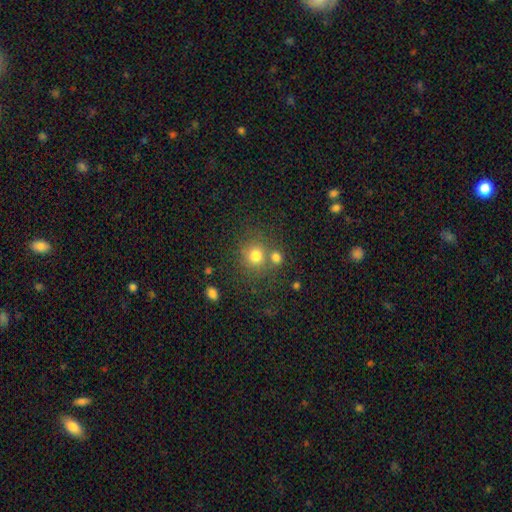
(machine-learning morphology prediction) This is likely a smooth galaxy (76%). How rounded: clearly round (85%). Merging: likely none (63%).